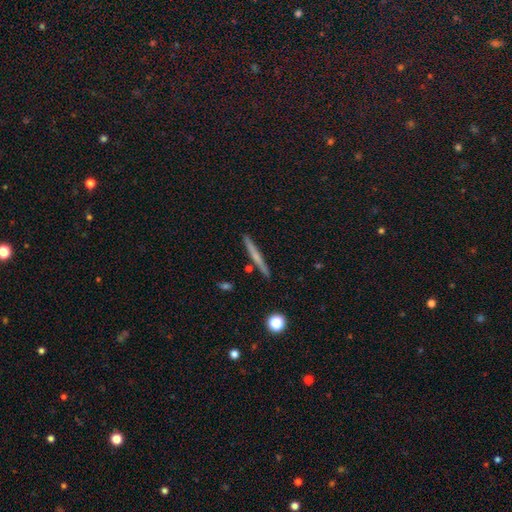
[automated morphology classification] This appears to be a smooth galaxy with no disk features (53%) that is cigar-shaped (95%). Merging: none (89%).